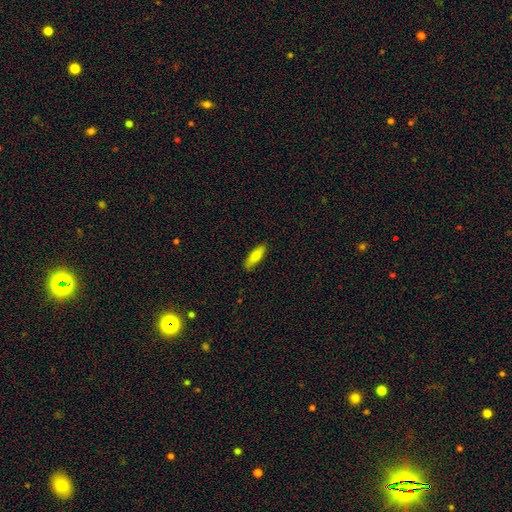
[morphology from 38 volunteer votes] A smooth galaxy with no disk features (79%) that is cigar-shaped (53%).

Vote fractions:
- Smooth or featured? smooth: 79% / featured or disk: 16% / star or artifact: 5%
- How rounded? cigar-shaped: 53% / in between: 47% / round: 0%
- Merging? none: 83% / minor disturbance: 14% / major disturbance: 3% / merger: 0%